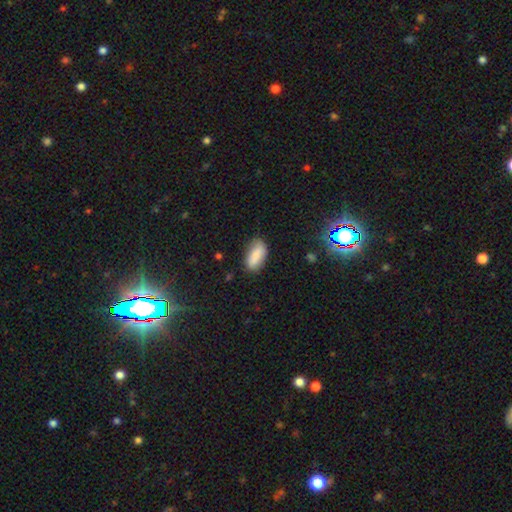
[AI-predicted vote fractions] A smooth galaxy with no disk features (85%) that is in between round and cigar-shaped (88%).

Vote fractions:
- Smooth or featured? smooth: 85% / featured or disk: 8% / star or artifact: 7%
- How rounded? in between: 88% / cigar-shaped: 9% / round: 3%
- Merging? none: 76% / minor disturbance: 18% / major disturbance: 4% / merger: 2%